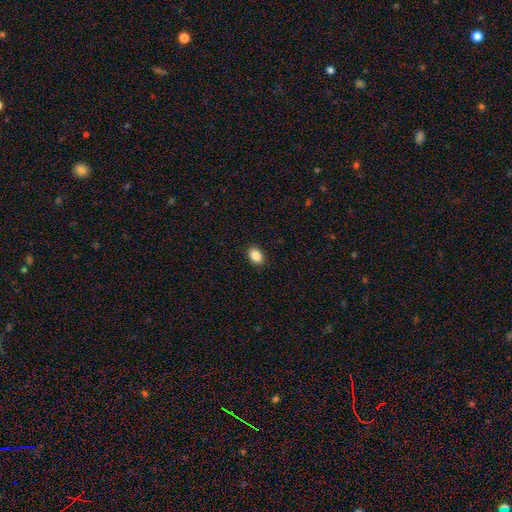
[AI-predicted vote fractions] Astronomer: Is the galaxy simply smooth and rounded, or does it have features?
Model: smooth — 88%.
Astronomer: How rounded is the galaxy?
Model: in between — 82%.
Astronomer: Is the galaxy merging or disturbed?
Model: none — 90%.